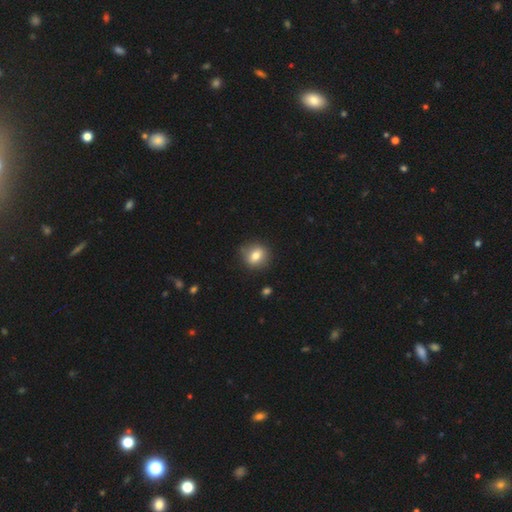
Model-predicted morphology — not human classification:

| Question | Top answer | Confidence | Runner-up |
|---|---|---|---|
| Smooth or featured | smooth | 75% | featured or disk (15%) |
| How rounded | round | 73% | in between (25%) |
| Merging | none | 84% | minor disturbance (11%) |